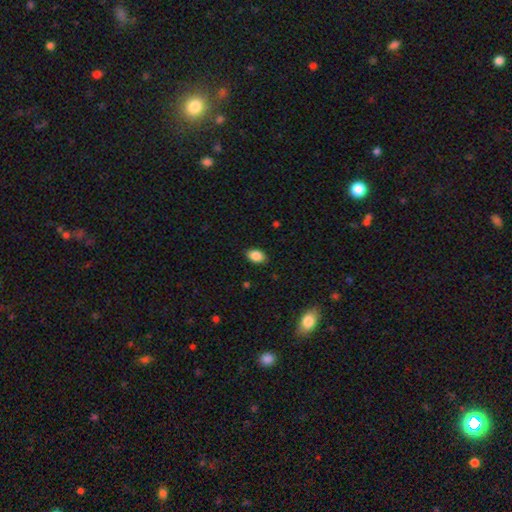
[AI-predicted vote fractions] Morphology: type=smooth (87%); roundness=in between (86%); merging=none (88%).